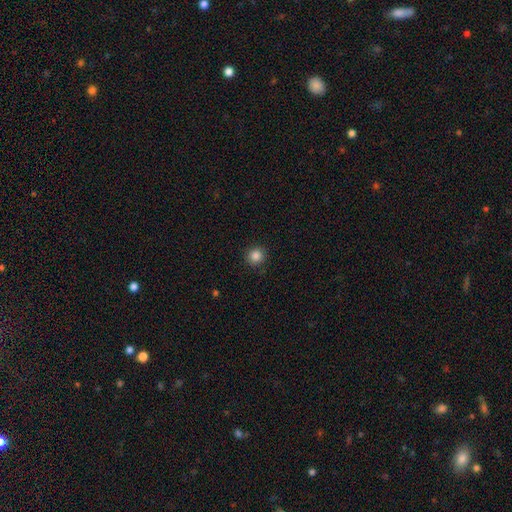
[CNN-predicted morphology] Overall: smooth (85%). How rounded: round (93%). Merging: none (90%).